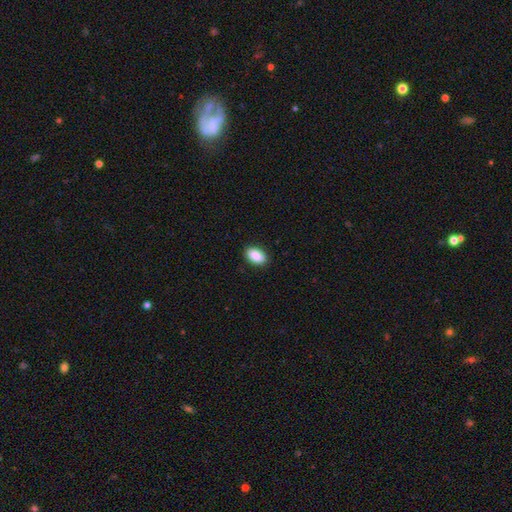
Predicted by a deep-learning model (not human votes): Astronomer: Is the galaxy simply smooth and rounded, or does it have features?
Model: smooth — 90%.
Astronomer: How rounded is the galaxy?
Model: in between — 93%.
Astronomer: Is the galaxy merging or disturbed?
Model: none — 90%.